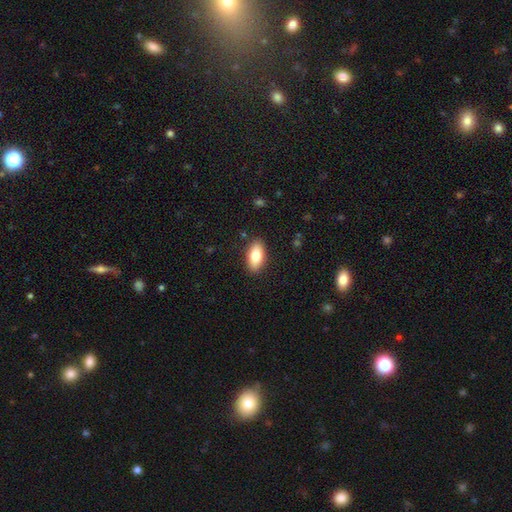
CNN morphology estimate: Smooth or featured? Predicted: smooth (p=0.78). How rounded? Predicted: in between (p=0.89). Merging? Predicted: none (p=0.88).